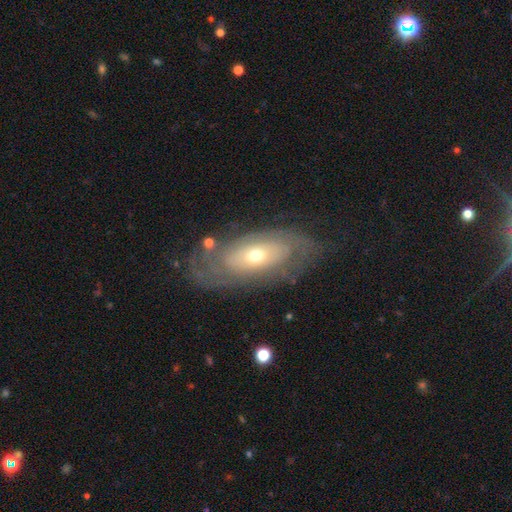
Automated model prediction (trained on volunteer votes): smooth-or-featured: featured or disk: 74% | smooth: 19% | star or artifact: 6%
  disk-edge-on: no: 89% | yes: 11%
    bar: no: 81% | weak: 14% | strong: 5%
    has-spiral-arms: yes: 75% | no: 25%
    bulge-size: moderate: 51% | small: 44% | large: 3% | dominant: 1% | none: 1%
  merging: none: 71% | minor disturbance: 17% | major disturbance: 10% | merger: 2%